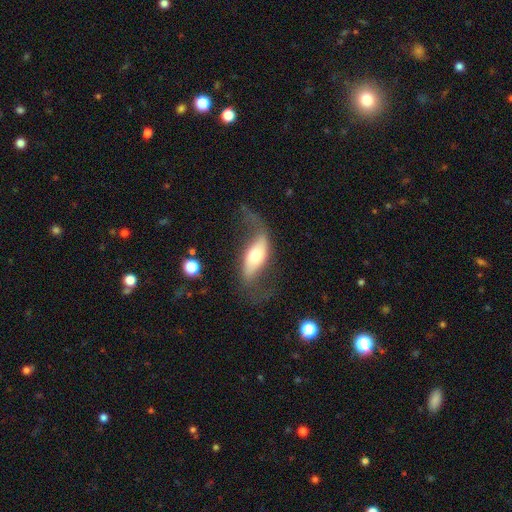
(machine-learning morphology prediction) Smooth or featured? Predicted: featured or disk (p=0.68). Edge-on disk? Predicted: no (p=0.82). Bar? Predicted: no (p=0.46). Spiral arms? Predicted: yes (p=0.84). Bulge size? Predicted: moderate (p=0.53). Merging? Predicted: none (p=0.50).